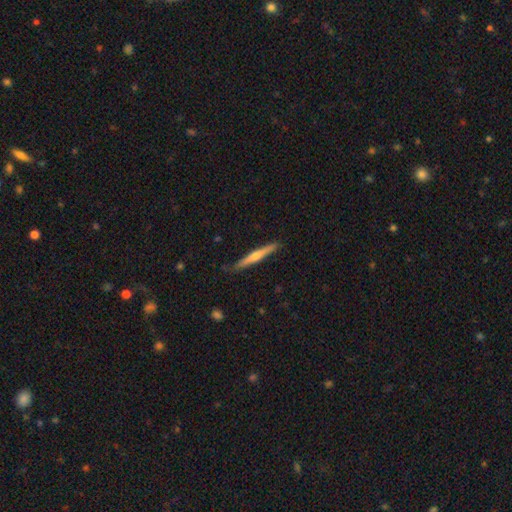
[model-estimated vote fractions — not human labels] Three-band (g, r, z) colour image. It shows a featured or disk galaxy (61%) viewed edge-on (97%) with a rounded central bulge (75%). Merging: none (87%).